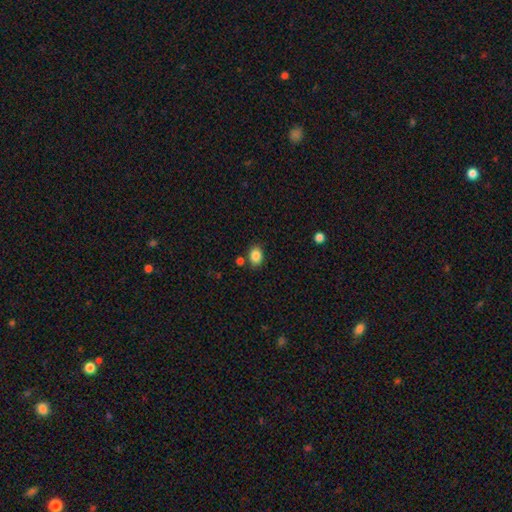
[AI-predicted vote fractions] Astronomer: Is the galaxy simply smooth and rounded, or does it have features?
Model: smooth — 86%.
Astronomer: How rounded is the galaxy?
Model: in between — 63%.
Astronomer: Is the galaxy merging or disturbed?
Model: none — 79%.